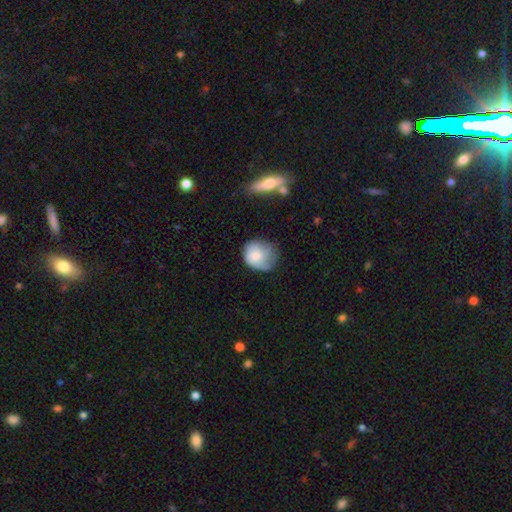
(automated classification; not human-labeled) Smooth or featured: smooth — 70% (featured or disk — 23%)
How rounded: round — 75% (in between — 24%)
Merging: none — 45% (minor disturbance — 34%)